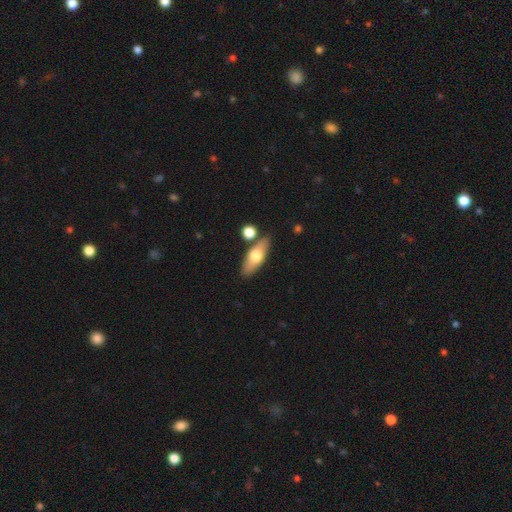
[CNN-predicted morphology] A smooth galaxy with no disk features (61%) that is in between round and cigar-shaped (65%). Merging: none (77%).